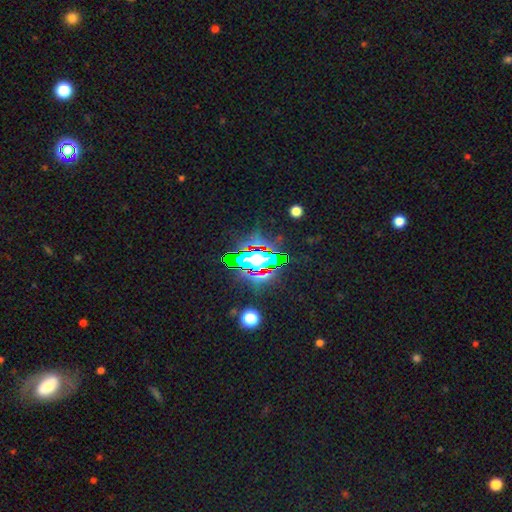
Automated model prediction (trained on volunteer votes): A star or artifact, not a galaxy (67%).

Vote fractions:
- Smooth or featured? star or artifact: 67% / smooth: 18% / featured or disk: 14%